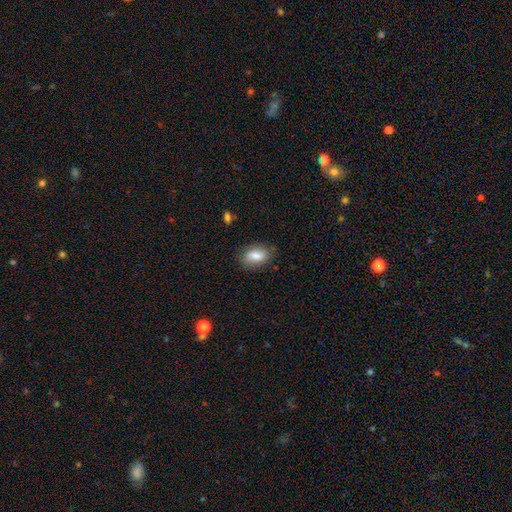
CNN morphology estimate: Smooth or featured? Predicted: smooth (p=0.83). How rounded? Predicted: in between (p=0.87). Merging? Predicted: none (p=0.79).